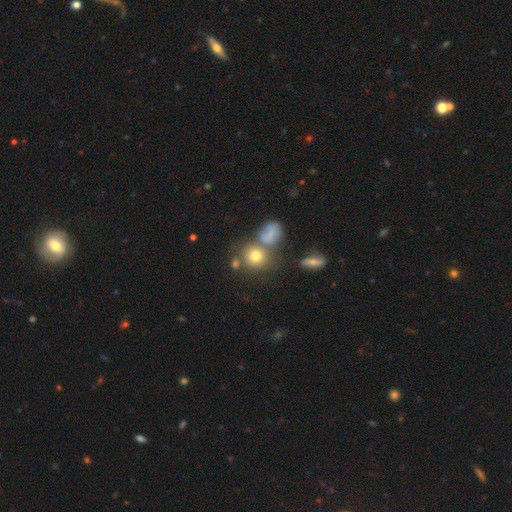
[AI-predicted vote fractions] This appears to be a smooth galaxy with no disk features (75%) that is round (81%). Merging: none (59%).